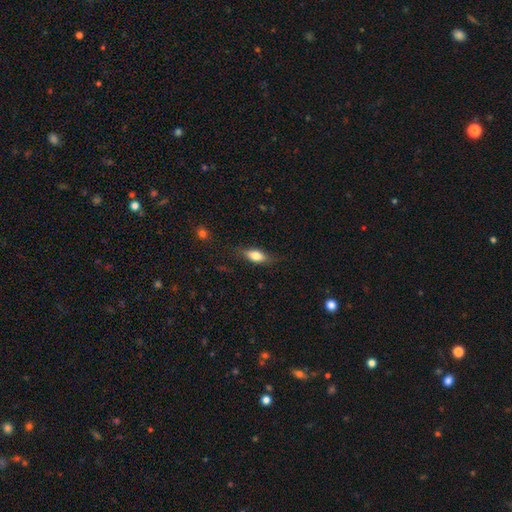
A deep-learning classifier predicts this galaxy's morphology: Overall: smooth (73%). How rounded: in between (78%). Merging: none (75%).